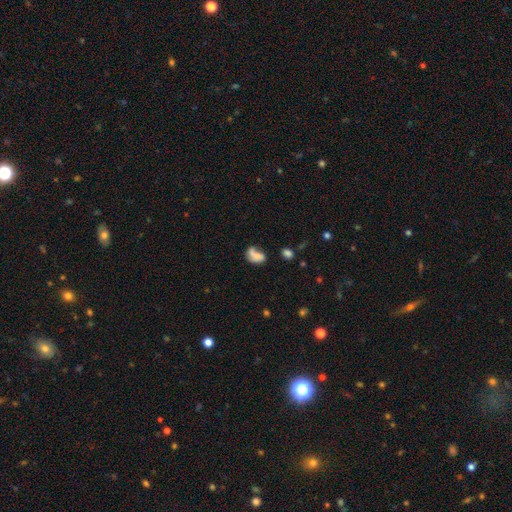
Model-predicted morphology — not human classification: A smooth galaxy with no disk features (67%) that is in between round and cigar-shaped (82%).

Vote fractions:
- Smooth or featured? smooth: 67% / featured or disk: 22% / star or artifact: 11%
- How rounded? in between: 82% / round: 16% / cigar-shaped: 3%
- Merging? merger: 33% / none: 29% / minor disturbance: 19% / major disturbance: 19%